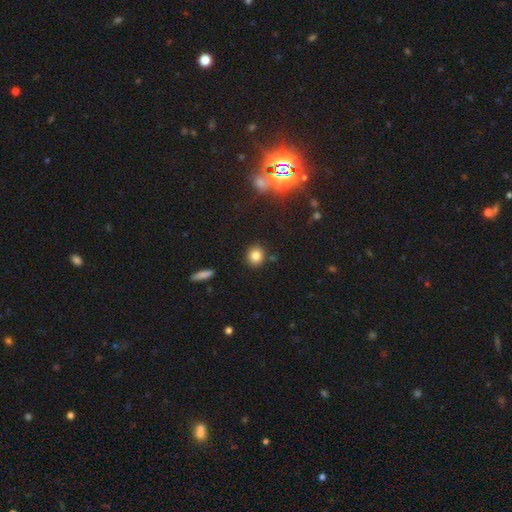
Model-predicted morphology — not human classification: This appears to be a smooth galaxy with no disk features (81%) that is round (81%). Merging: none (86%).